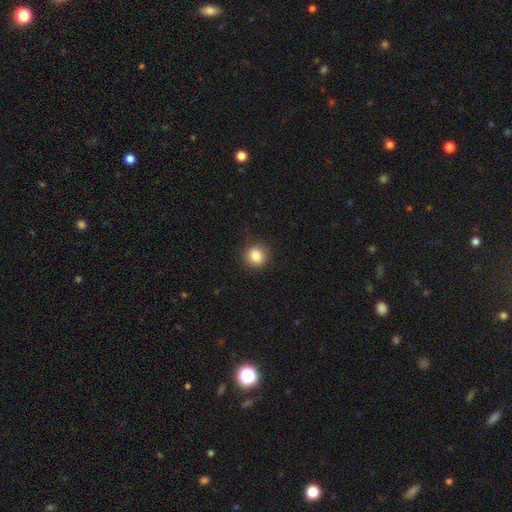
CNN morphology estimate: smooth-or-featured: smooth: 86% | star or artifact: 10% | featured or disk: 4%
  how-rounded: round: 86% | in between: 13% | cigar-shaped: 1%
  merging: none: 85% | minor disturbance: 11% | major disturbance: 3% | merger: 1%